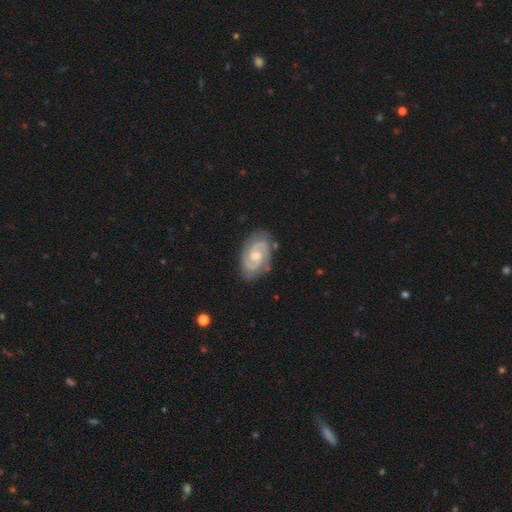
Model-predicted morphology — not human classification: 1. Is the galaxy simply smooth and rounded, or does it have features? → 91% featured or disk, 5% smooth, 4% star or artifact.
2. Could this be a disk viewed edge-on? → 98% no, 2% yes.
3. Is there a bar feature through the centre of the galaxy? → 46% weak, 44% no, 10% strong.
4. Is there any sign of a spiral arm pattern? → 98% yes, 2% no.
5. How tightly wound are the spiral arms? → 50% tight, 43% medium, 7% loose.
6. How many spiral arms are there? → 91% 2, 3% 3, 3% can't tell, 1% 1, 1% 4, 1% more than 4.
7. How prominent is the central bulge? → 47% moderate, 43% small, 6% none, 3% large, 1% dominant.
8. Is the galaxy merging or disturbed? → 81% none, 14% minor disturbance, 3% major disturbance, 2% merger.